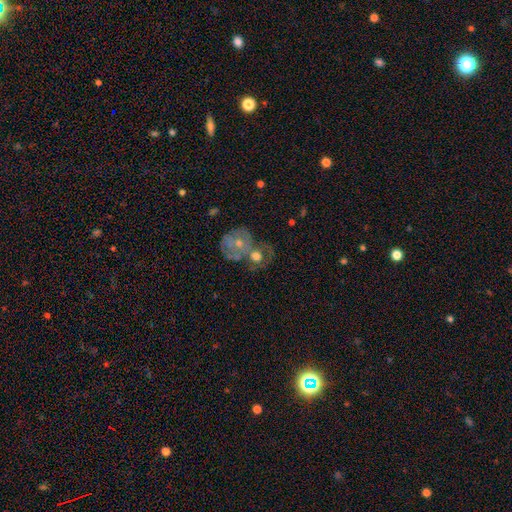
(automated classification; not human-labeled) Q: Smooth or featured?
A: featured or disk (50%); runner-up: smooth (40%)
Q: Edge-on disk?
A: no (96%); runner-up: yes (4%)
Q: Merging?
A: merger (56%); runner-up: none (25%)